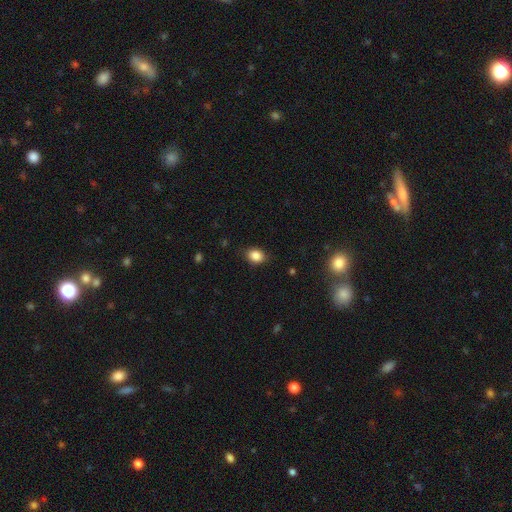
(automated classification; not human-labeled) A smooth galaxy with no disk features (86%) that is in between round and cigar-shaped (64%).

Vote fractions:
- Smooth or featured? smooth: 86% / star or artifact: 9% / featured or disk: 4%
- How rounded? in between: 64% / round: 35% / cigar-shaped: 1%
- Merging? none: 83% / minor disturbance: 13% / major disturbance: 3% / merger: 1%